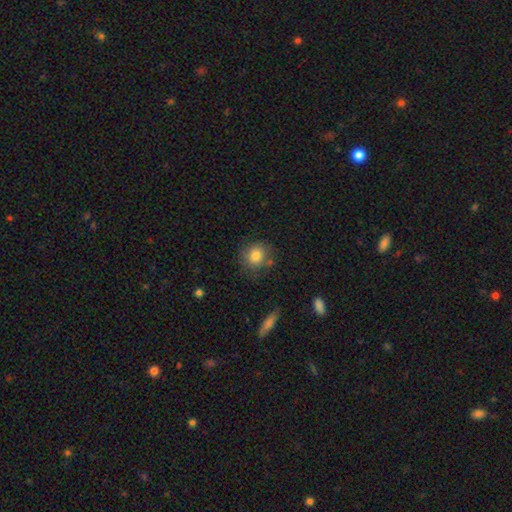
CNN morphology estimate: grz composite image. It shows a smooth galaxy with no disk features (82%) that is round (83%). Merging: none (72%).